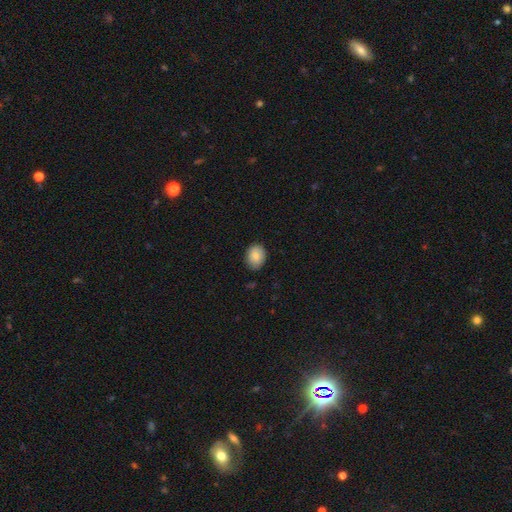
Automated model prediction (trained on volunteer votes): smooth 83%, featured or disk 9%, star or artifact 8%. Down the decision tree: how rounded — in between (61%); merging — none (83%).